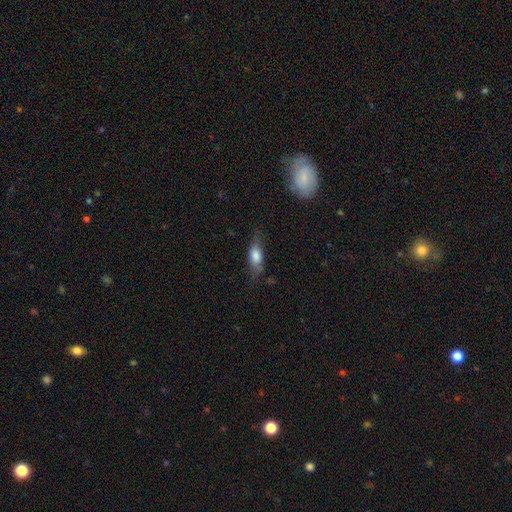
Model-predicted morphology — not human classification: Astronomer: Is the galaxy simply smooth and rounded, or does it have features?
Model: smooth — 62%.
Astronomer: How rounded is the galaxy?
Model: in between — 63%.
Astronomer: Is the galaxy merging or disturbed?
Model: none — 65%.